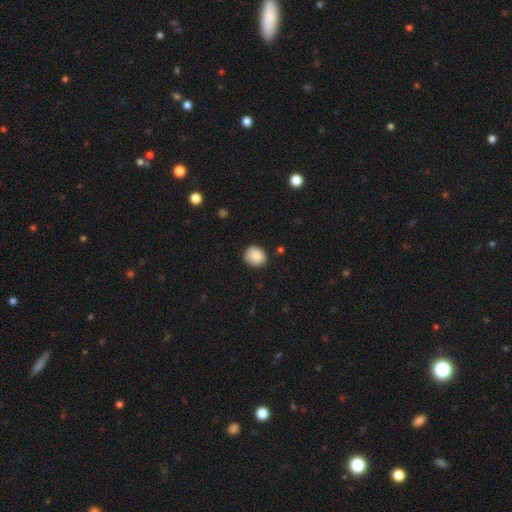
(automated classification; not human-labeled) This is clearly a smooth galaxy (88%). How rounded: likely round (75%). Merging: clearly none (83%).